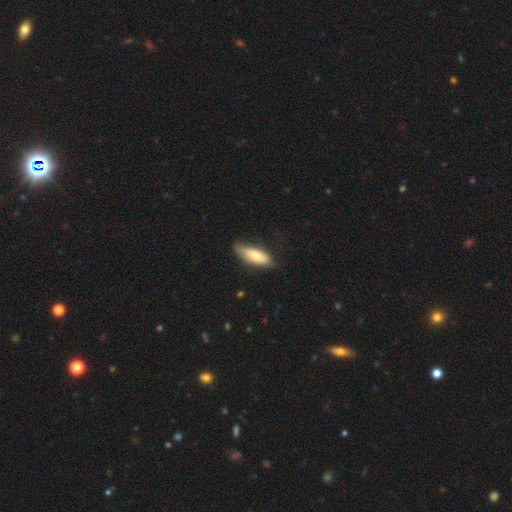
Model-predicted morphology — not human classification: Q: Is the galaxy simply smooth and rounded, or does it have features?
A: smooth — 74%.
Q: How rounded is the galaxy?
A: in between — 60%.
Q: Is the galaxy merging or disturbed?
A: none — 68%.